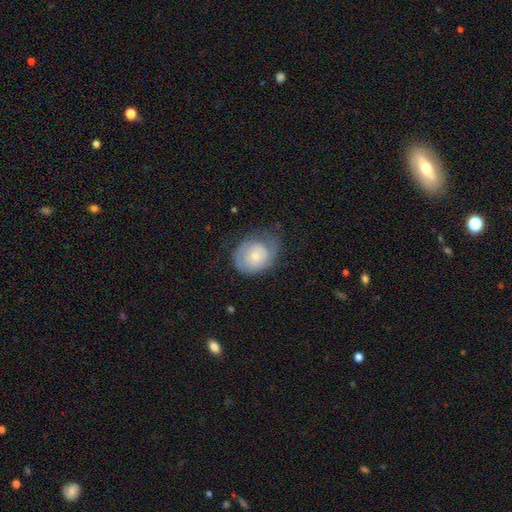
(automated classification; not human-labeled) Morphology: type=smooth (49%); merging=none (48%).